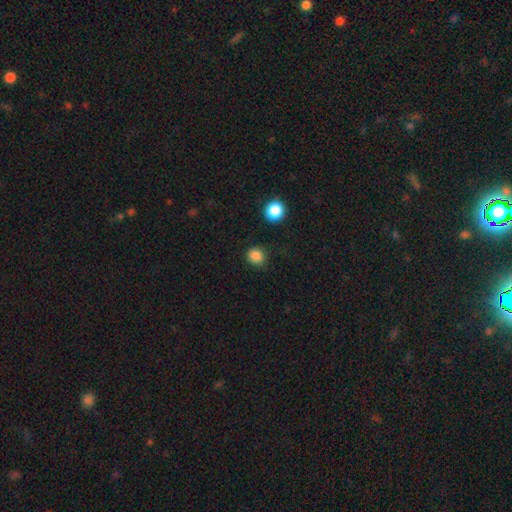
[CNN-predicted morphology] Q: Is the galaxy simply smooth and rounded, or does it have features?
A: smooth — 85%.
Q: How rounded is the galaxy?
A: round — 86%.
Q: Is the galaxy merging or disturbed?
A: none — 86%.